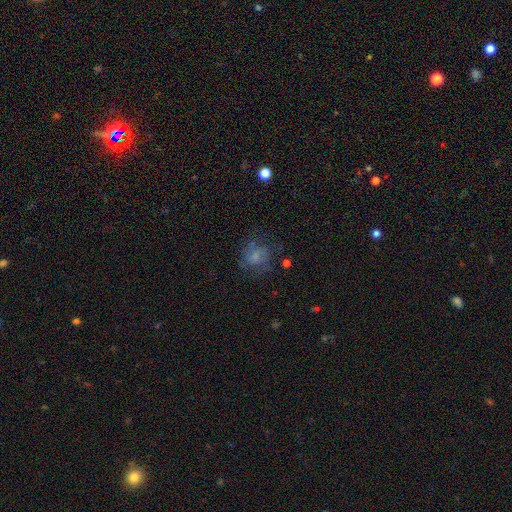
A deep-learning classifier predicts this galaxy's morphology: smooth 50%, featured or disk 37%, star or artifact 13%. Down the decision tree: how rounded — round (67%); merging — none (56%).